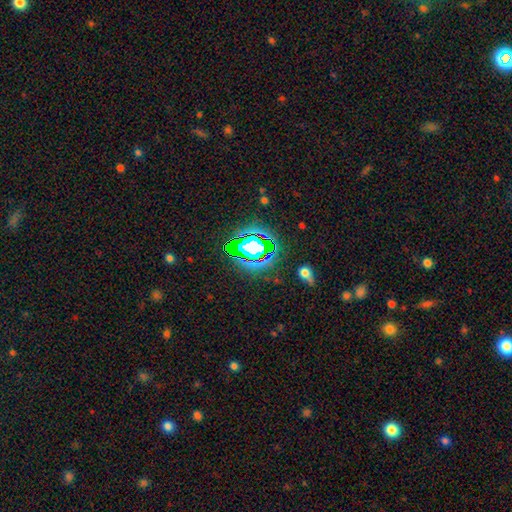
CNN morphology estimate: Smooth or featured? Predicted: star or artifact (p=0.64).